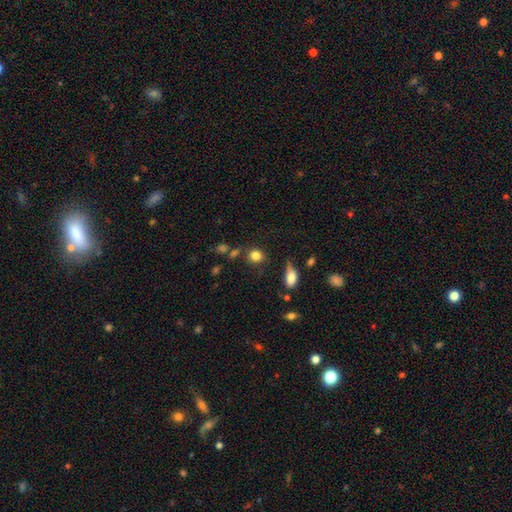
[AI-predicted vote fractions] Smooth or featured?
  - smooth: 82% *
  - star or artifact: 11%
  - featured or disk: 7%
How rounded?
  - round: 74% *
  - in between: 25%
  - cigar-shaped: 2%
Merging?
  - none: 73% *
  - minor disturbance: 15%
  - merger: 7%
  - major disturbance: 5%